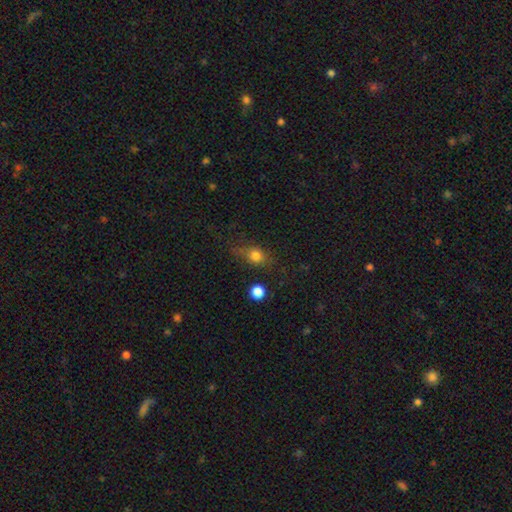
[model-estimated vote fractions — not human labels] smooth-or-featured: smooth: 75% | star or artifact: 13% | featured or disk: 11%
  how-rounded: round: 58% | in between: 37% | cigar-shaped: 4%
  merging: none: 62% | minor disturbance: 23% | major disturbance: 11% | merger: 4%